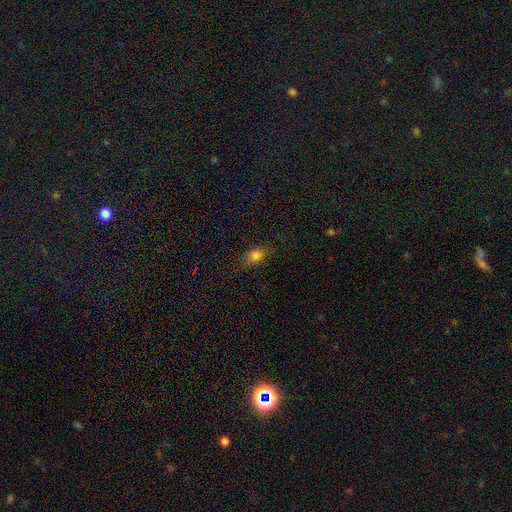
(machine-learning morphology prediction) Q: Smooth or featured?
A: smooth (76%); runner-up: star or artifact (14%)
Q: How rounded?
A: in between (70%); runner-up: round (23%)
Q: Merging?
A: none (72%); runner-up: minor disturbance (19%)